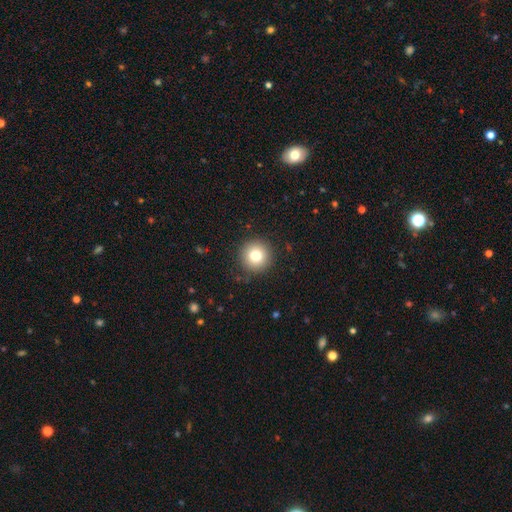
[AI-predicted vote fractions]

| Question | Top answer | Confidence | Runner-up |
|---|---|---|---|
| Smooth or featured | smooth | 78% | star or artifact (11%) |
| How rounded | round | 96% | in between (3%) |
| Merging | none | 91% | minor disturbance (6%) |